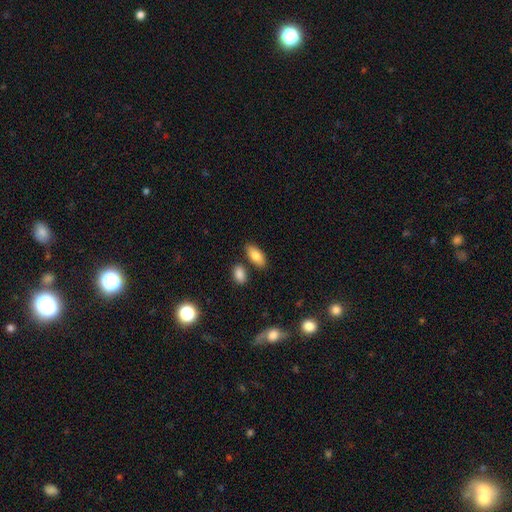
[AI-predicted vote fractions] Smooth or featured?
  - smooth: 84% *
  - featured or disk: 9%
  - star or artifact: 7%
How rounded?
  - in between: 88% *
  - cigar-shaped: 9%
  - round: 3%
Merging?
  - none: 78% *
  - minor disturbance: 11%
  - merger: 8%
  - major disturbance: 3%